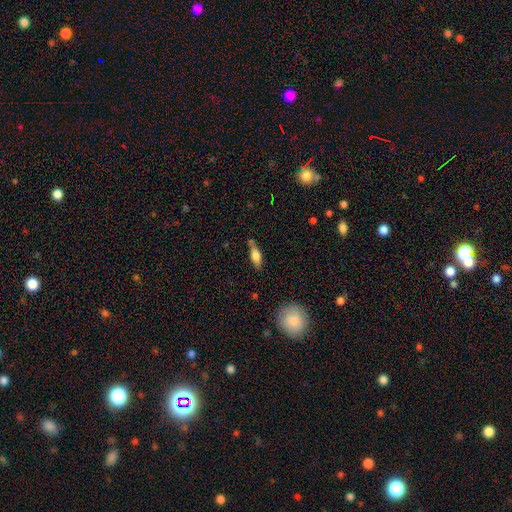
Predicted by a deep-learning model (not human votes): Smooth or featured? Predicted: smooth (p=0.66). How rounded? Predicted: in between (p=0.62). Merging? Predicted: none (p=0.68).